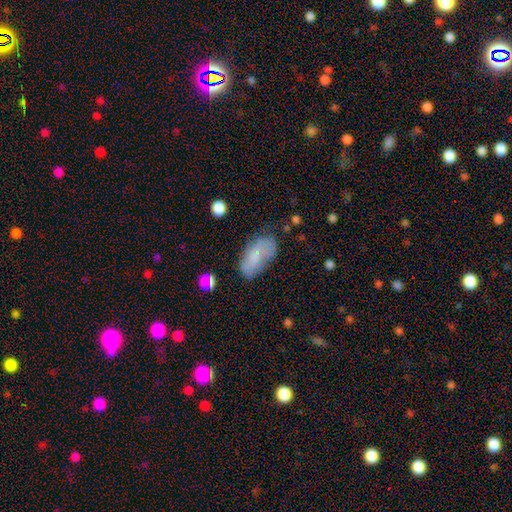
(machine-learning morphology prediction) This appears to be a smooth galaxy with no disk features (68%) that is in between round and cigar-shaped (91%). Merging: none (56%).